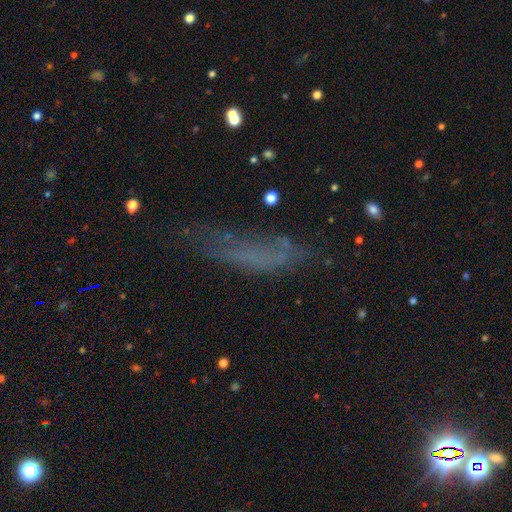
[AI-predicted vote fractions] Smooth or featured? Predicted: smooth (p=0.44). Merging? Predicted: none (p=0.44).